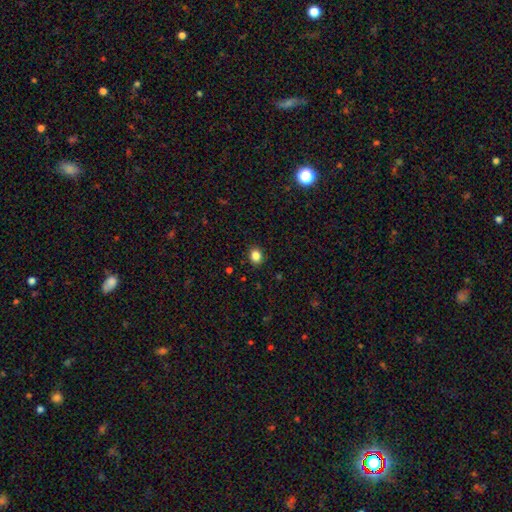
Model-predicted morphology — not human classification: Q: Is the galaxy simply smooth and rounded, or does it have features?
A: smooth — 85%.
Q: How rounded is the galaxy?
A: round — 58%.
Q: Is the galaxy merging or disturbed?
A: none — 90%.